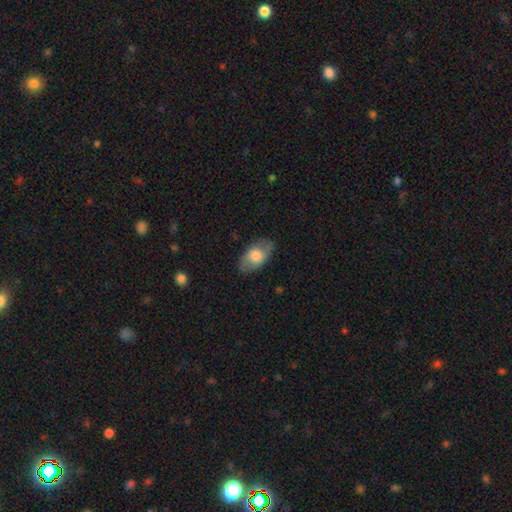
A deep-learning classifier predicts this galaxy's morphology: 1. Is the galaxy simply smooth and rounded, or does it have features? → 66% smooth, 27% featured or disk, 6% star or artifact.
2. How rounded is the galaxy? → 91% in between, 7% round, 2% cigar-shaped.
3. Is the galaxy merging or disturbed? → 77% none, 17% minor disturbance, 5% major disturbance, 1% merger.